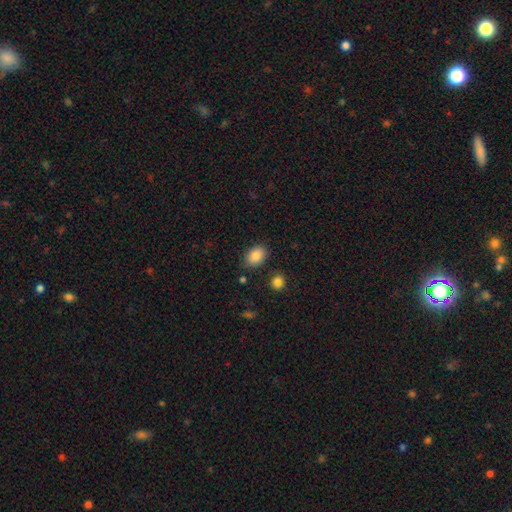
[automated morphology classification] The model was most divided on "how rounded": in between: 80%, round: 19%, cigar-shaped: 1%. More confident: smooth or featured — smooth (87%); merging — none (82%).